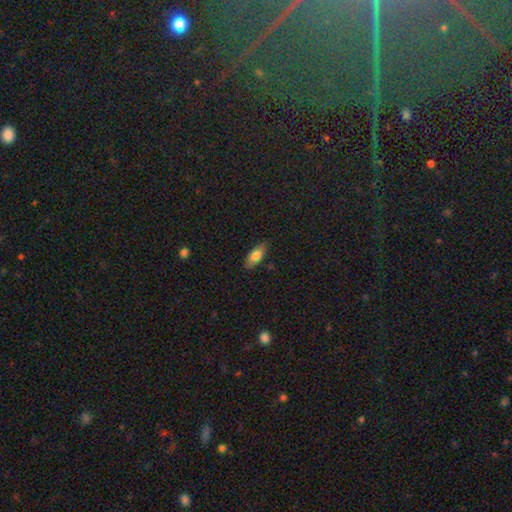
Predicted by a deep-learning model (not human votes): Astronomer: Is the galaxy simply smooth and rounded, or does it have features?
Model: smooth — 76%.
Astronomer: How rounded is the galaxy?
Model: in between — 80%.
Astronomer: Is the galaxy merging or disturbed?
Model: none — 84%.